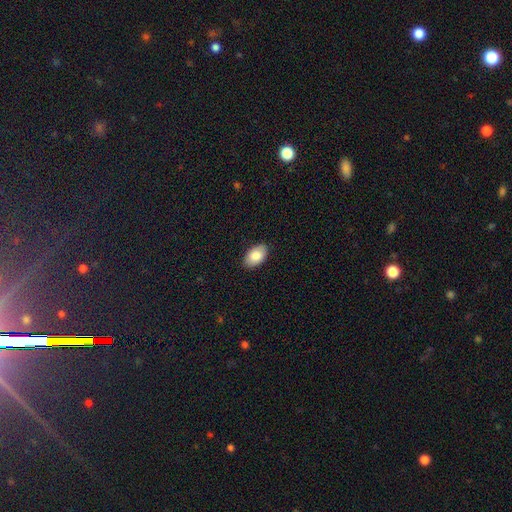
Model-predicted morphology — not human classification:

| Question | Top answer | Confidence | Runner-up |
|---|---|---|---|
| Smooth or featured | smooth | 85% | featured or disk (9%) |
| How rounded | in between | 94% | round (5%) |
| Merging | none | 88% | minor disturbance (9%) |